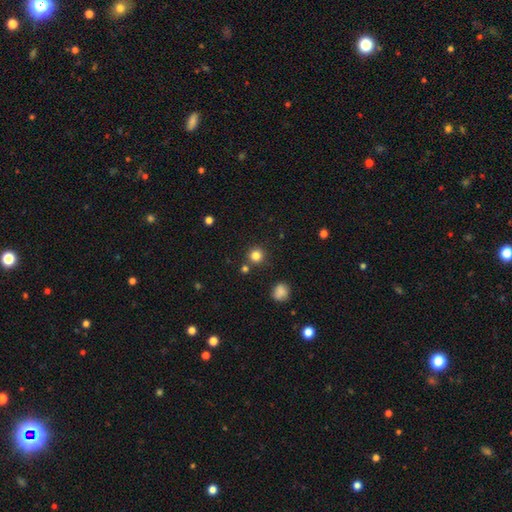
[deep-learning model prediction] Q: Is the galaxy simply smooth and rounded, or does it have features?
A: smooth — 81%.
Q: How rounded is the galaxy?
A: round — 93%.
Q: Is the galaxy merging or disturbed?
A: none — 83%.